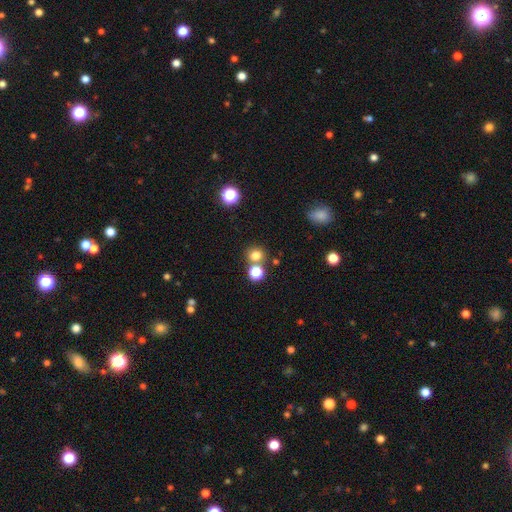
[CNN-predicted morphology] A smooth galaxy with no disk features (75%) that is round (81%).

Vote fractions:
- Smooth or featured? smooth: 75% / star or artifact: 19% / featured or disk: 6%
- How rounded? round: 81% / in between: 18% / cigar-shaped: 1%
- Merging? none: 69% / merger: 19% / minor disturbance: 8% / major disturbance: 4%